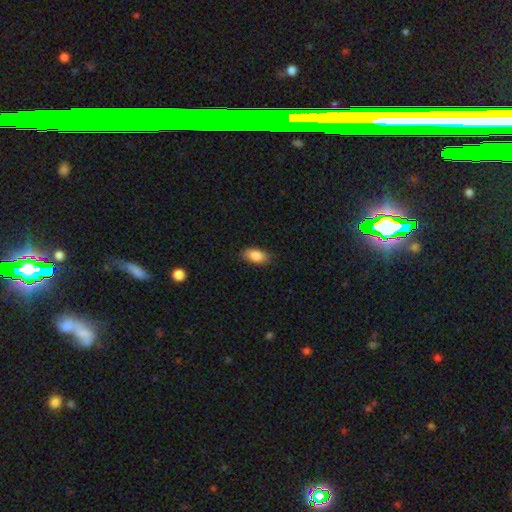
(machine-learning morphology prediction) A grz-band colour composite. It shows a smooth galaxy with no disk features (86%) that is in between round and cigar-shaped (88%). Merging: none (84%).